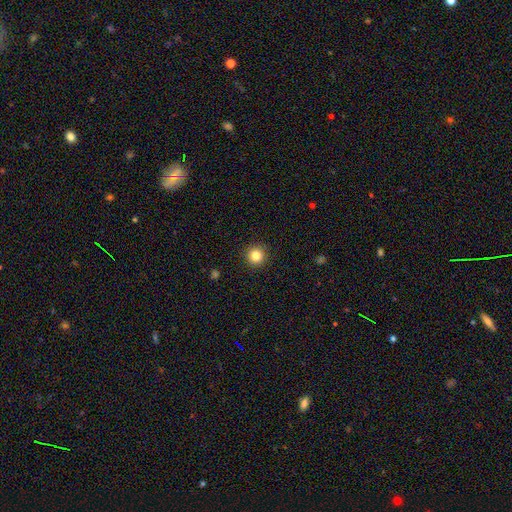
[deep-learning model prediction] Overall: smooth (84%). How rounded: round (96%). Merging: none (93%).